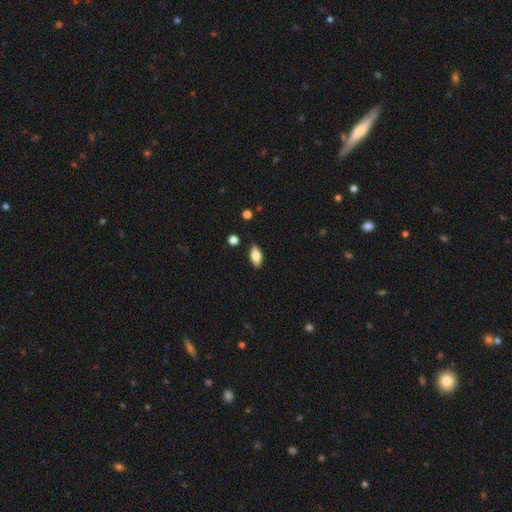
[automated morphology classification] smooth_or_featured: smooth (p=0.73) [alt: featured or disk p=0.19]
how_rounded: in between (p=0.86) [alt: cigar-shaped p=0.11]
merging: none (p=0.87) [alt: minor disturbance p=0.10]